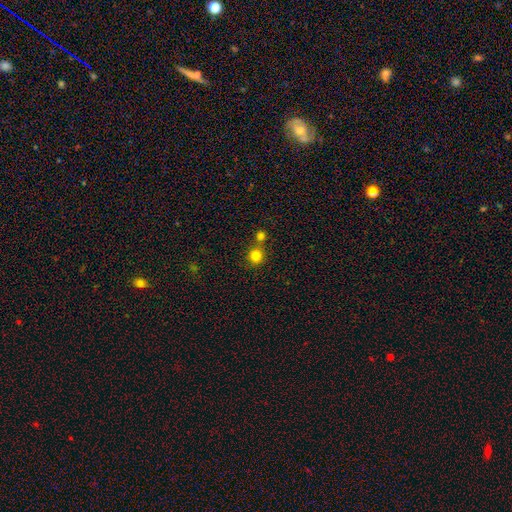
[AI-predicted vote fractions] Overall: smooth (81%). How rounded: round (93%). Merging: none (66%).